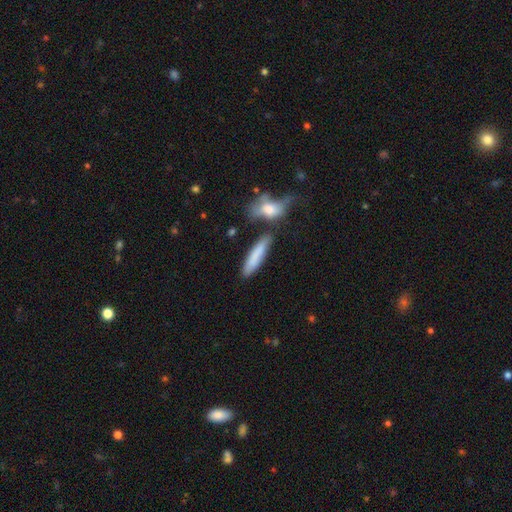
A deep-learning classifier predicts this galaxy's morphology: This appears to be a smooth galaxy with no disk features (79%) that is cigar-shaped (79%). Merging: none (74%).